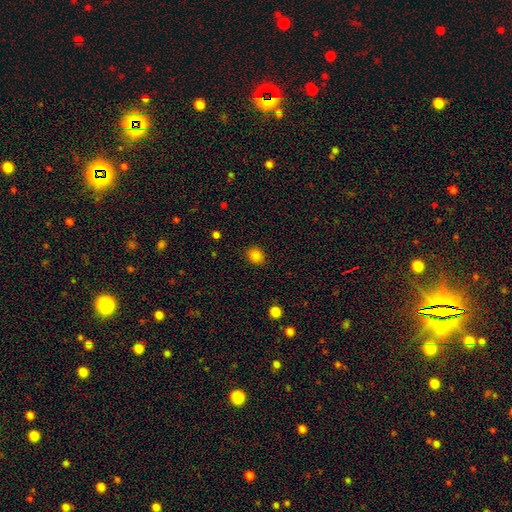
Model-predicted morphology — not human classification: Smooth or featured?
  - smooth: 84% *
  - star or artifact: 12%
  - featured or disk: 4%
How rounded?
  - round: 64% *
  - in between: 35%
  - cigar-shaped: 1%
Merging?
  - none: 89% *
  - minor disturbance: 8%
  - major disturbance: 2%
  - merger: 1%